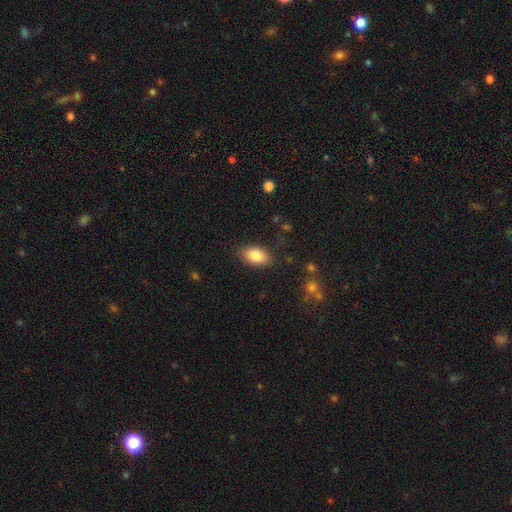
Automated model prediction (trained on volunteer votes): Smooth or featured? Predicted: smooth (p=0.85). How rounded? Predicted: in between (p=0.92). Merging? Predicted: none (p=0.84).